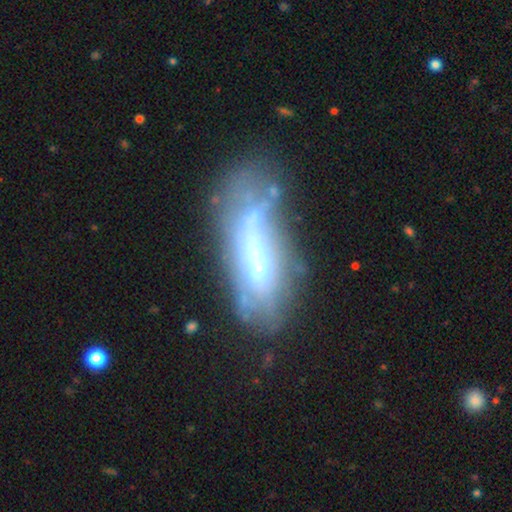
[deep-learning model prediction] Overall: featured or disk (54%; smooth 35%). Edge-on disk: no (78%). Merging: none (37%; major disturbance 27%).